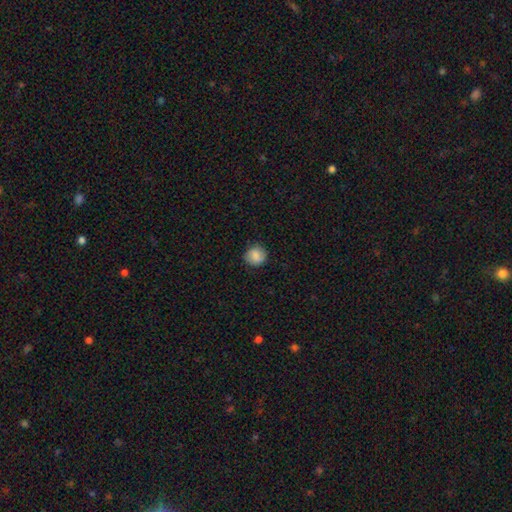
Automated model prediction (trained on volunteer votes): This appears to be a smooth galaxy with no disk features (80%) that is round (88%). Merging: none (85%).